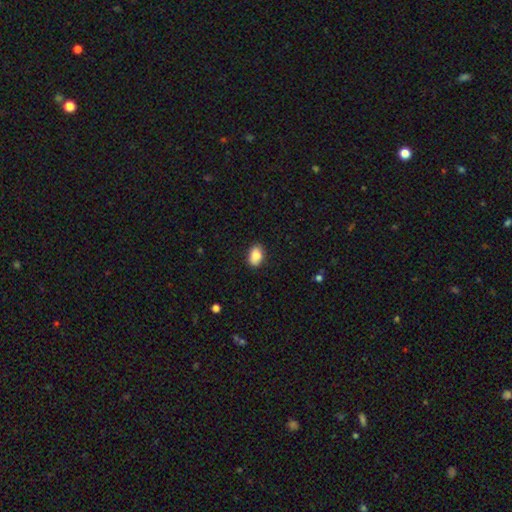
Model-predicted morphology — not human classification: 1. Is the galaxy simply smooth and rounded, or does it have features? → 87% smooth, 8% star or artifact, 5% featured or disk.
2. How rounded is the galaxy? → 86% in between, 12% round, 1% cigar-shaped.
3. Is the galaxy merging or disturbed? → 85% none, 12% minor disturbance, 2% major disturbance, 1% merger.